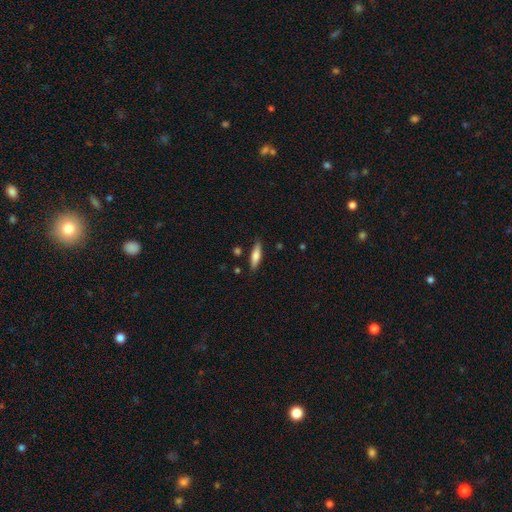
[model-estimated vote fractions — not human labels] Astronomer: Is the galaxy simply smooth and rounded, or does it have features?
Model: smooth — 68%.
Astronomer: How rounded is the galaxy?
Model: cigar-shaped — 68%.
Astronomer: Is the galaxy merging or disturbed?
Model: none — 85%.